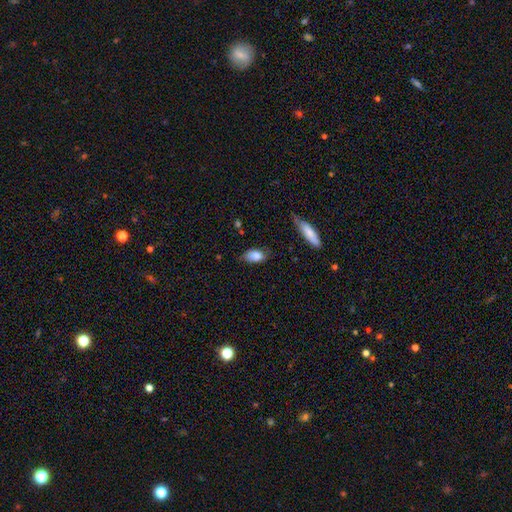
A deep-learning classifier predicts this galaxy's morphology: This is clearly a smooth galaxy (83%). How rounded: clearly in between (90%). Merging: likely none (65%).